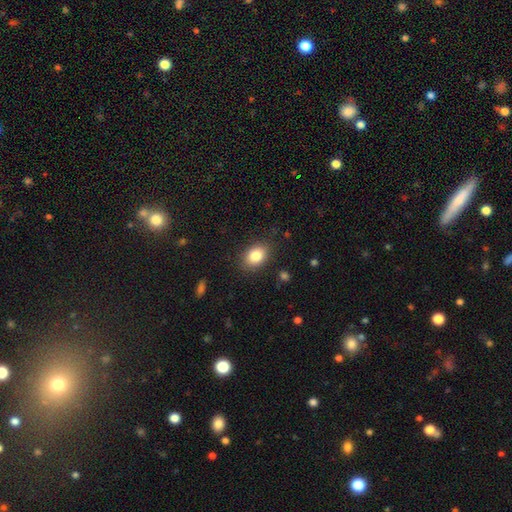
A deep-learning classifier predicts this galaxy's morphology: Smooth or featured? smooth (84%)
How rounded? in between (70%)
Merging? none (86%)